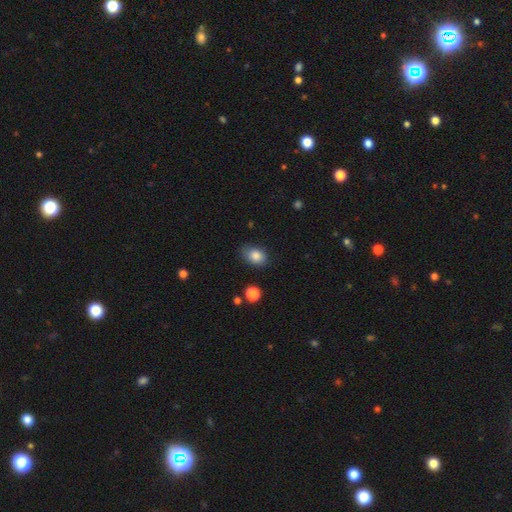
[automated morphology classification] A smooth galaxy with no disk features (85%) that is in between round and cigar-shaped (76%). Merging: none (79%).